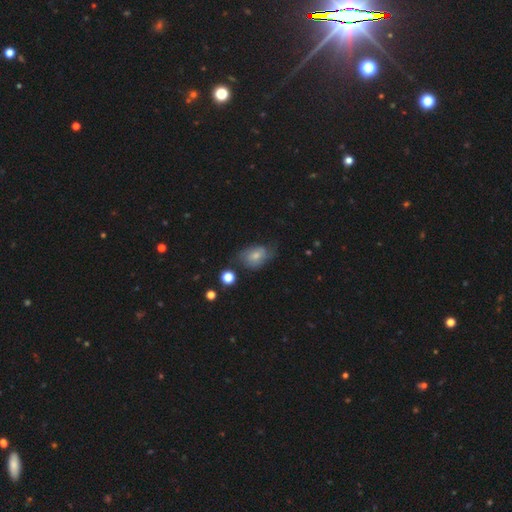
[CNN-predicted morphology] smooth_or_featured: smooth (p=0.60) [alt: featured or disk p=0.31]
how_rounded: in between (p=0.76) [alt: round p=0.22]
merging: none (p=0.47) [alt: minor disturbance p=0.34]